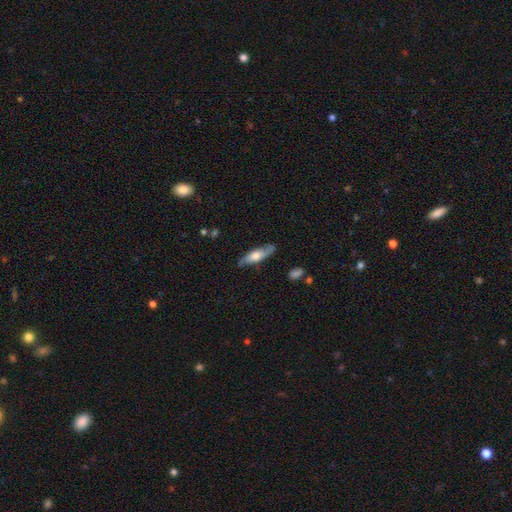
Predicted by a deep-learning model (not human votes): A featured or disk galaxy (51%).

Vote fractions:
- Smooth or featured? featured or disk: 51% / smooth: 43% / star or artifact: 6%
- Edge-on disk? no: 54% / yes: 46%
- Merging? none: 79% / minor disturbance: 16% / major disturbance: 4% / merger: 1%